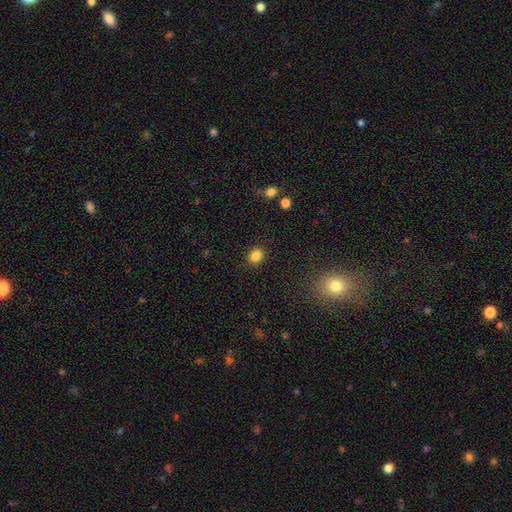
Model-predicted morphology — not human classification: smooth_or_featured: smooth (p=0.85) [alt: star or artifact p=0.11]
how_rounded: round (p=0.64) [alt: in between p=0.35]
merging: none (p=0.89) [alt: minor disturbance p=0.08]